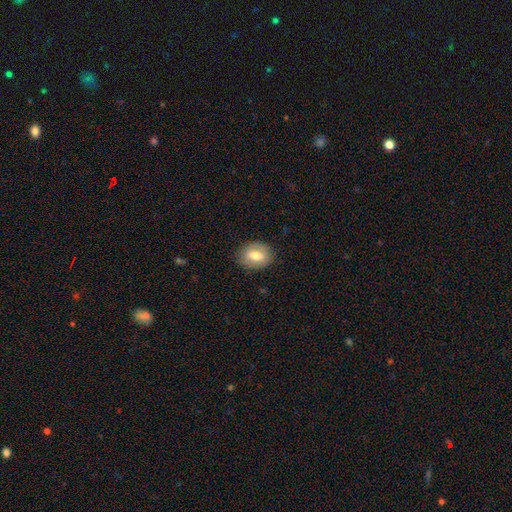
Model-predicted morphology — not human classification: A smooth galaxy with no disk features (69%) that is in between round and cigar-shaped (56%). Merging: none (85%).